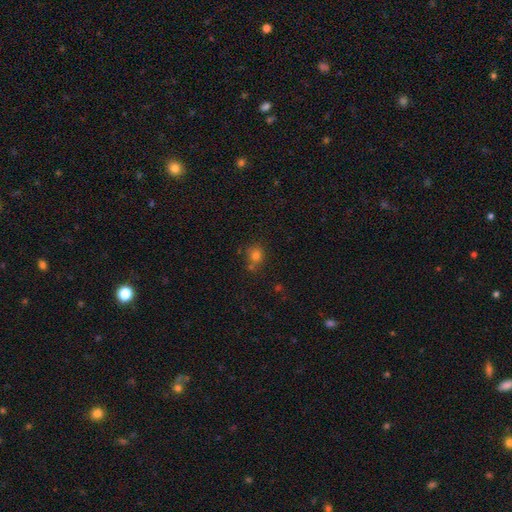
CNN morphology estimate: The model was most divided on "merging": none: 64%, merger: 19%, minor disturbance: 13%, major disturbance: 4%. More confident: how rounded — round (81%); smooth or featured — smooth (76%).